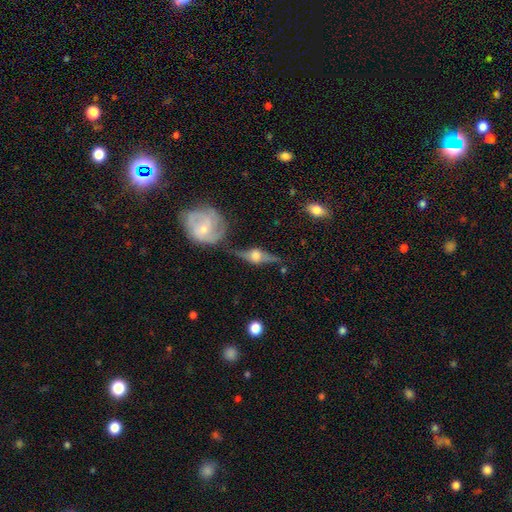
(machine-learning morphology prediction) Overall: featured or disk (80%). Edge-on disk: yes (88%). Edge-on bulge: rounded (94%). Merging: none (66%).